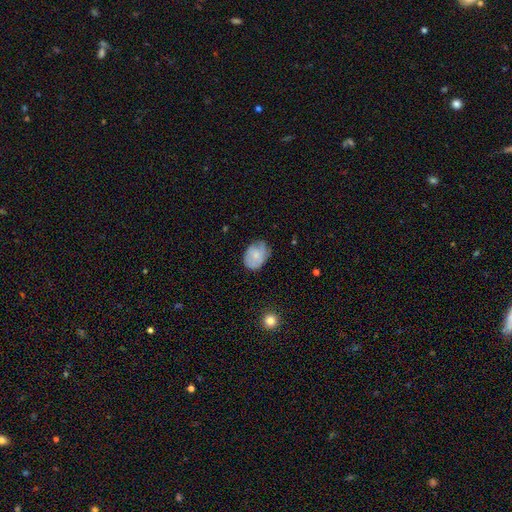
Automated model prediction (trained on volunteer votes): Morphology: type=smooth (67%); roundness=in between (73%); merging=none (58%).